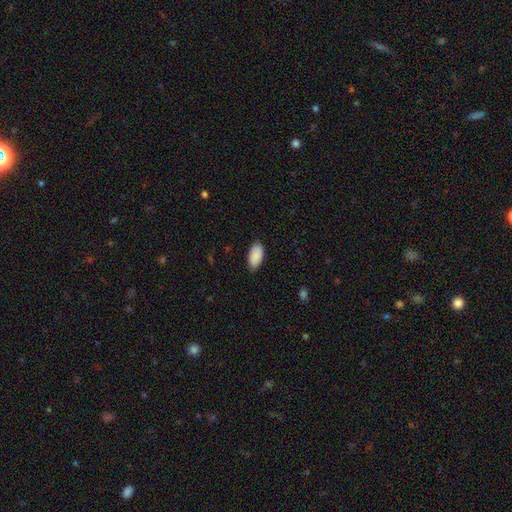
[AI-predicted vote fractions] A smooth galaxy with no disk features (90%) that is in between round and cigar-shaped (95%). Merging: none (82%).